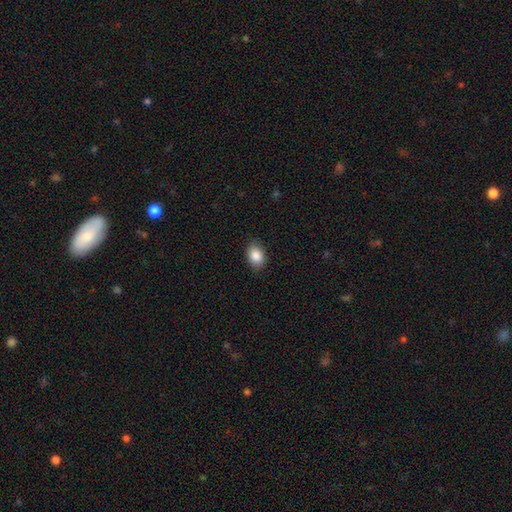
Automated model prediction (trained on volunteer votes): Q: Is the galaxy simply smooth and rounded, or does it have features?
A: smooth — 88%.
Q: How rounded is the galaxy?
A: in between — 78%.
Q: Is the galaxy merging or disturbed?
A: none — 85%.